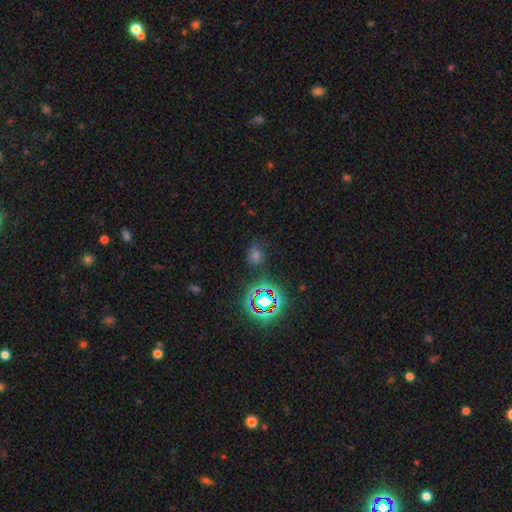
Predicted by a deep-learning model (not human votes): Q: Smooth or featured?
A: star or artifact (49%); runner-up: smooth (41%)